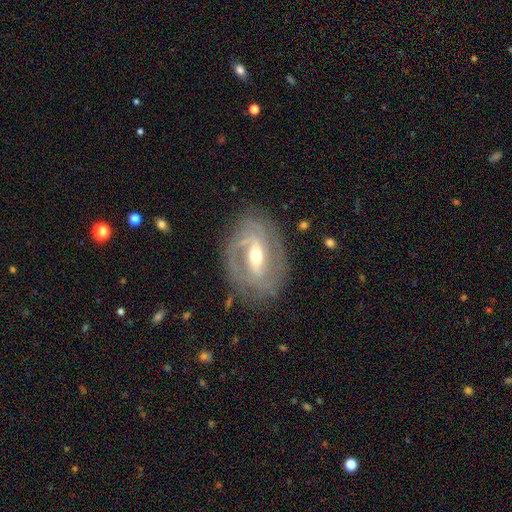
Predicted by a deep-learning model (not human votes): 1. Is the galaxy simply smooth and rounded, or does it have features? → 86% featured or disk, 8% smooth, 5% star or artifact.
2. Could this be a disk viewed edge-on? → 95% no, 5% yes.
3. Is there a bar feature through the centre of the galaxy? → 47% strong, 39% weak, 15% no.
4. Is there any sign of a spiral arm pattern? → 92% yes, 8% no.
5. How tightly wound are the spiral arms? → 54% tight, 35% medium, 11% loose.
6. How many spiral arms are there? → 56% 2, 19% can't tell, 13% 3, 5% 1, 4% 4, 3% more than 4.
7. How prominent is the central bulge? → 60% moderate, 35% small, 3% large, 1% none, 1% dominant.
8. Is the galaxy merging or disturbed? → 77% none, 16% minor disturbance, 6% major disturbance, 1% merger.